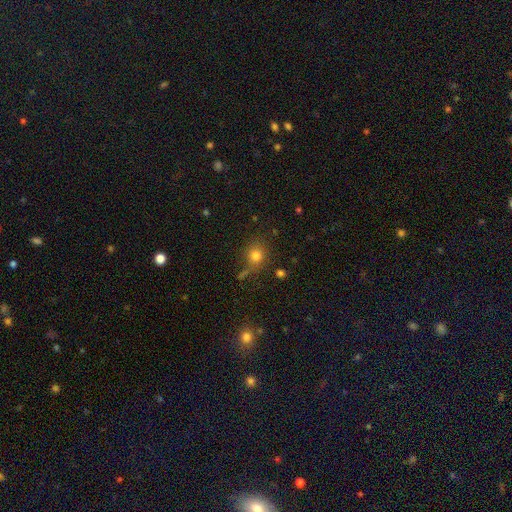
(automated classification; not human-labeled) A smooth galaxy with no disk features (79%) that is round (80%).

Vote fractions:
- Smooth or featured? smooth: 79% / star or artifact: 14% / featured or disk: 8%
- How rounded? round: 80% / in between: 18% / cigar-shaped: 1%
- Merging? none: 74% / minor disturbance: 14% / merger: 7% / major disturbance: 6%